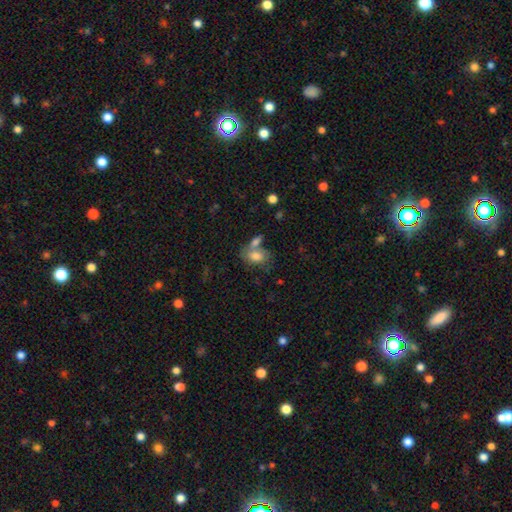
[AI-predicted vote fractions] This appears to be a smooth galaxy with no disk features (74%) that is in between round and cigar-shaped (83%). Merging: merger (43%).